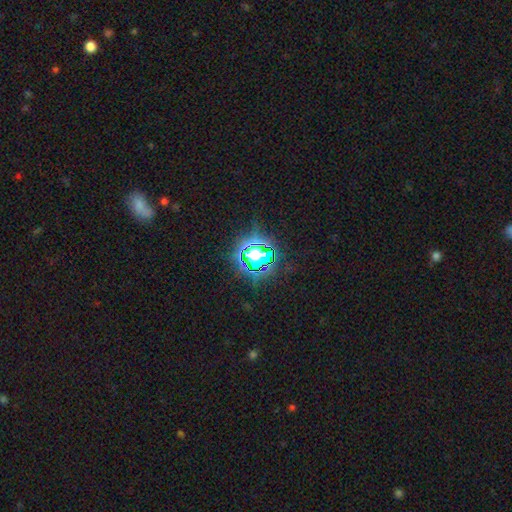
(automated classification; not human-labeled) A star or artifact, not a galaxy (70%).

Vote fractions:
- Smooth or featured? star or artifact: 70% / smooth: 19% / featured or disk: 11%